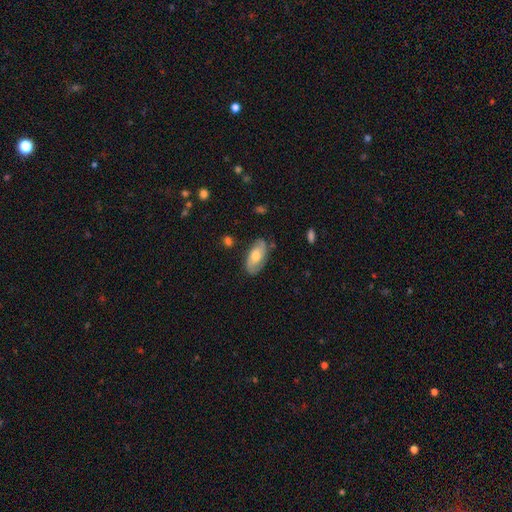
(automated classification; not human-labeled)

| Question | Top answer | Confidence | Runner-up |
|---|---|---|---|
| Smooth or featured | smooth | 49% | featured or disk (44%) |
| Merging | none | 76% | minor disturbance (18%) |